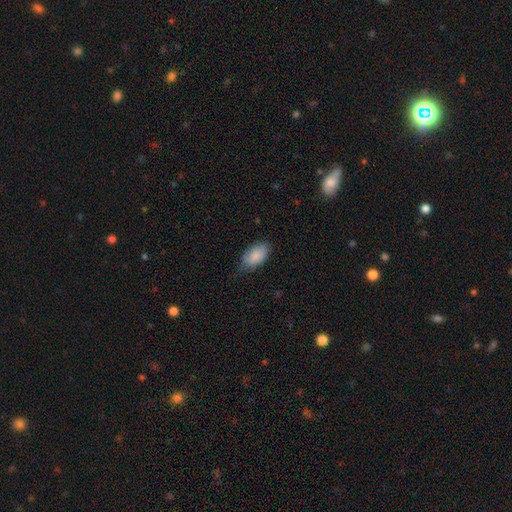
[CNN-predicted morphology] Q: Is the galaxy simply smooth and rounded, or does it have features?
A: smooth — 85%.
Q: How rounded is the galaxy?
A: in between — 94%.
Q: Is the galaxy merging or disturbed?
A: none — 50%.